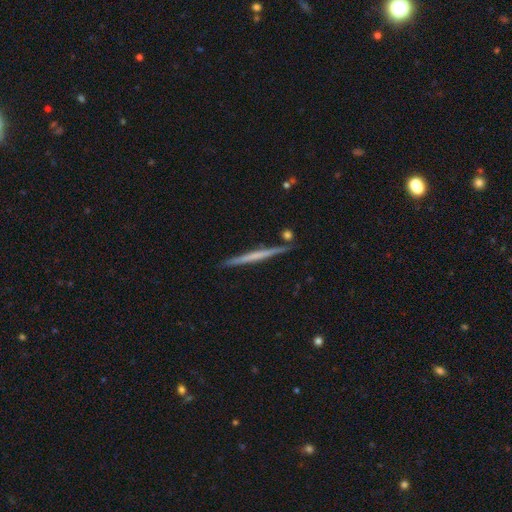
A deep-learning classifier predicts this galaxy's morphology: type=featured or disk (58%); edge-on=yes (98%); edge-on bulge=none (82%); merging=none (90%).